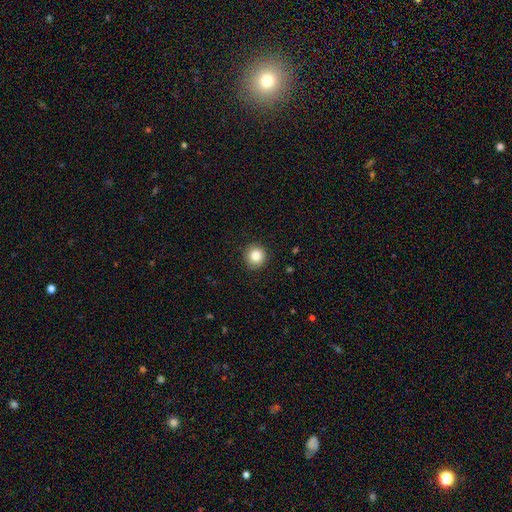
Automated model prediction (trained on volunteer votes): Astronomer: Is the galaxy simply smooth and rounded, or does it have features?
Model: smooth — 85%.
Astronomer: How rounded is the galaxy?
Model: round — 93%.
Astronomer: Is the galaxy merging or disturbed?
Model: none — 90%.